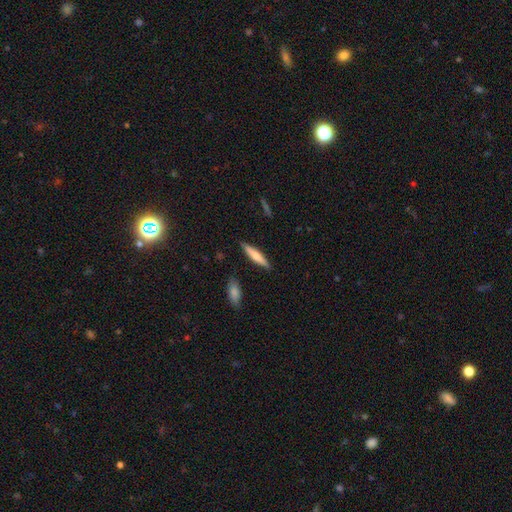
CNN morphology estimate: smooth 59%, featured or disk 36%, star or artifact 6%. Down the decision tree: how rounded — cigar-shaped (87%); merging — none (88%).